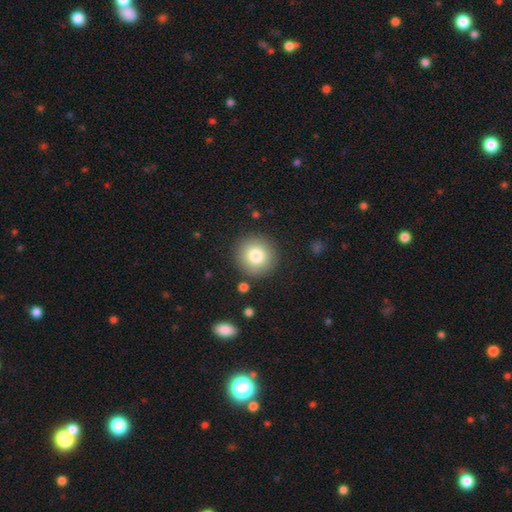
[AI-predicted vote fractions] Smooth or featured?
  - smooth: 80% *
  - star or artifact: 10%
  - featured or disk: 10%
How rounded?
  - round: 94% *
  - in between: 5%
  - cigar-shaped: 1%
Merging?
  - none: 88% *
  - minor disturbance: 7%
  - major disturbance: 3%
  - merger: 2%